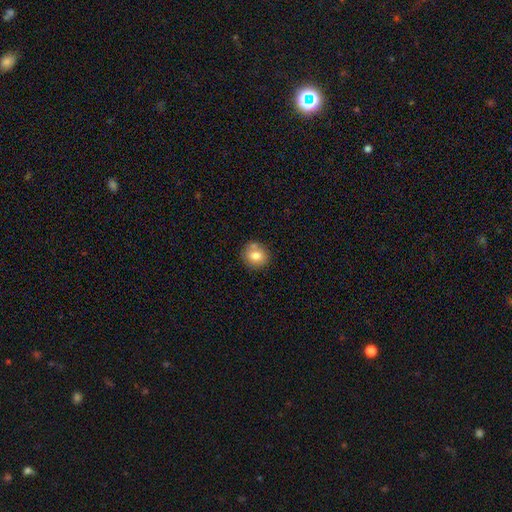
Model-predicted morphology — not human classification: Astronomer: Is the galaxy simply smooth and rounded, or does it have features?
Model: smooth — 79%.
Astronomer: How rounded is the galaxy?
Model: round — 80%.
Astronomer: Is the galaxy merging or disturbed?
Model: none — 72%.